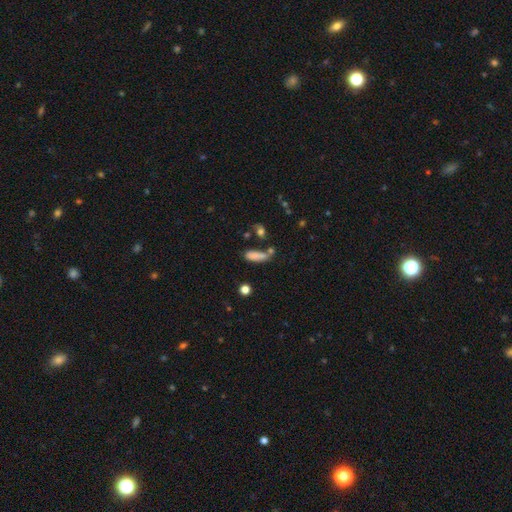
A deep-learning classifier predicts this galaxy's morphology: smooth-or-featured: smooth: 78% | featured or disk: 11% | star or artifact: 10%
  how-rounded: in between: 56% | cigar-shaped: 40% | round: 4%
  merging: none: 47% | merger: 22% | minor disturbance: 20% | major disturbance: 10%